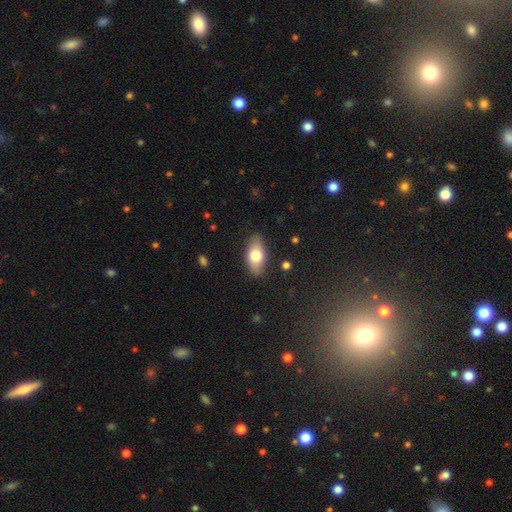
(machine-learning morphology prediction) smooth-or-featured: smooth: 73% | featured or disk: 20% | star or artifact: 7%
  how-rounded: in between: 89% | cigar-shaped: 6% | round: 4%
  merging: none: 84% | minor disturbance: 12% | major disturbance: 3% | merger: 1%